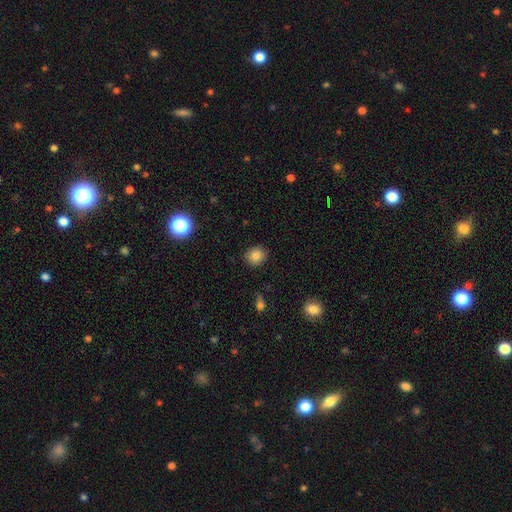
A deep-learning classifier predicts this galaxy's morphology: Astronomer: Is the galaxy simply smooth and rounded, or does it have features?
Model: smooth — 83%.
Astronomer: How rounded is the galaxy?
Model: round — 72%.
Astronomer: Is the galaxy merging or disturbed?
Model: none — 88%.